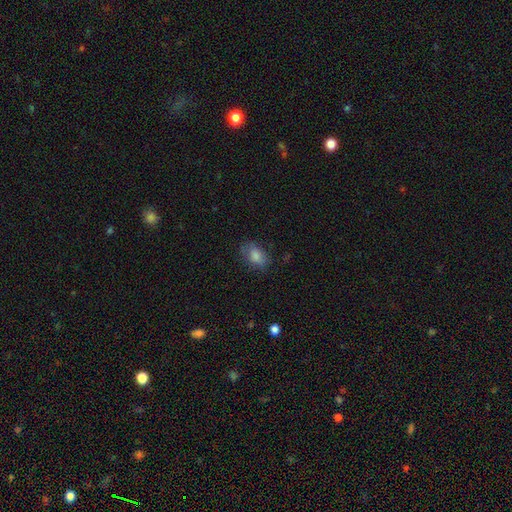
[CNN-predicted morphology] The model was most divided on "merging": none: 68%, minor disturbance: 22%, major disturbance: 9%, merger: 2%. More confident: how rounded — in between (86%); smooth or featured — smooth (80%).